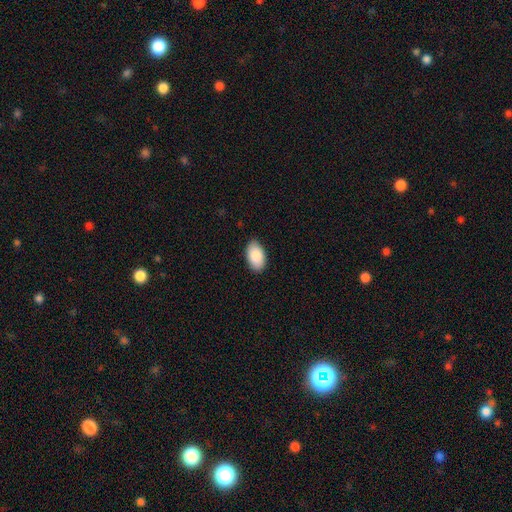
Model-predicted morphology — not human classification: smooth 89%, star or artifact 6%, featured or disk 5%. Down the decision tree: how rounded — in between (95%); merging — none (87%).